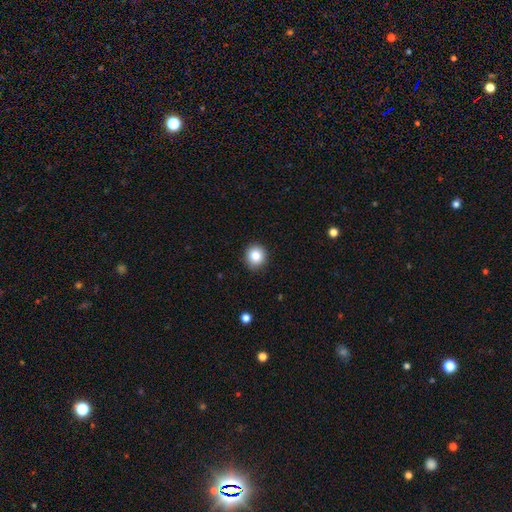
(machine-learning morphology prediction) Smooth or featured?
  - smooth: 84% *
  - star or artifact: 10%
  - featured or disk: 6%
How rounded?
  - round: 91% *
  - in between: 9%
  - cigar-shaped: 1%
Merging?
  - none: 91% *
  - minor disturbance: 6%
  - major disturbance: 2%
  - merger: 1%